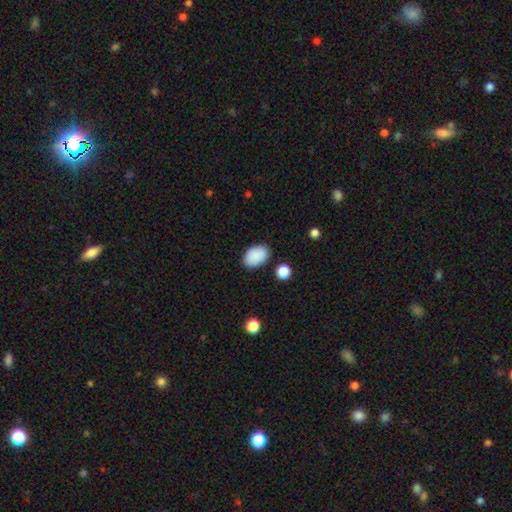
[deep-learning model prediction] Morphology: type=smooth (90%); roundness=in between (88%); merging=none (86%).